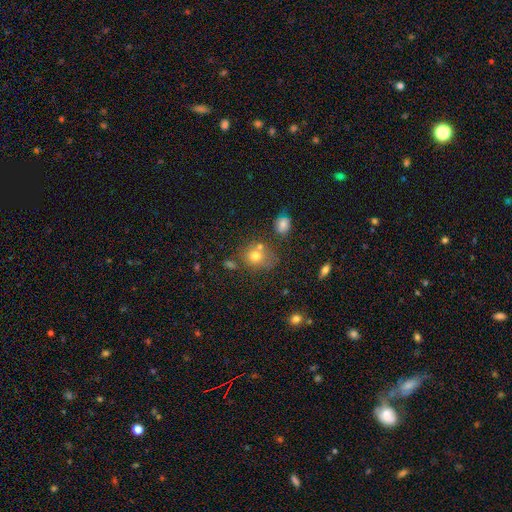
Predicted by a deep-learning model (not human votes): The model was most divided on "merging": none: 53%, merger: 23%, minor disturbance: 17%, major disturbance: 7%. More confident: smooth or featured — smooth (71%); how rounded — round (68%).